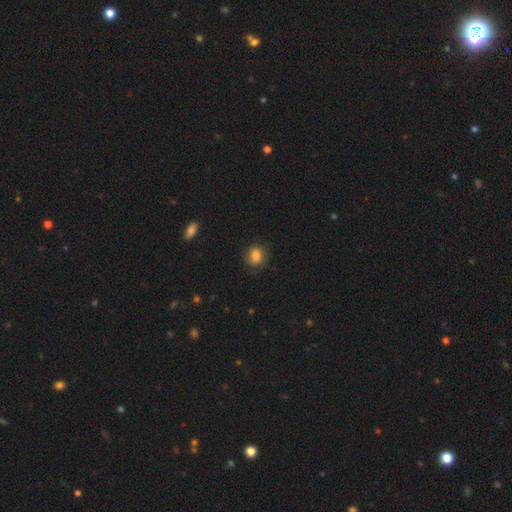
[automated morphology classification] smooth-or-featured: smooth: 83% | star or artifact: 10% | featured or disk: 7%
  how-rounded: round: 61% | in between: 38% | cigar-shaped: 1%
  merging: none: 77% | minor disturbance: 17% | major disturbance: 5% | merger: 1%